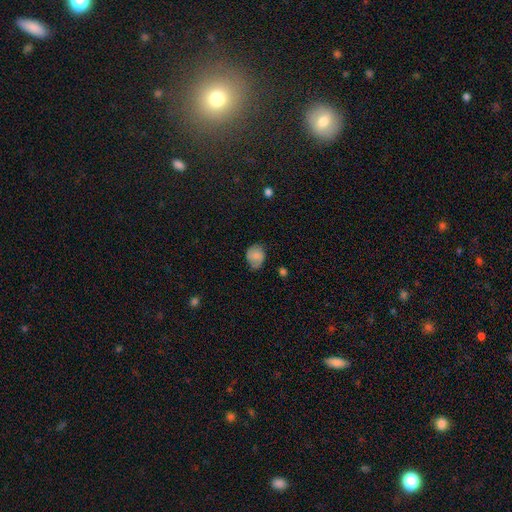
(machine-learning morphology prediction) Smooth or featured?
  - smooth: 77% *
  - featured or disk: 15%
  - star or artifact: 8%
How rounded?
  - round: 50% *
  - in between: 49%
  - cigar-shaped: 1%
Merging?
  - none: 60% *
  - minor disturbance: 31%
  - major disturbance: 7%
  - merger: 1%